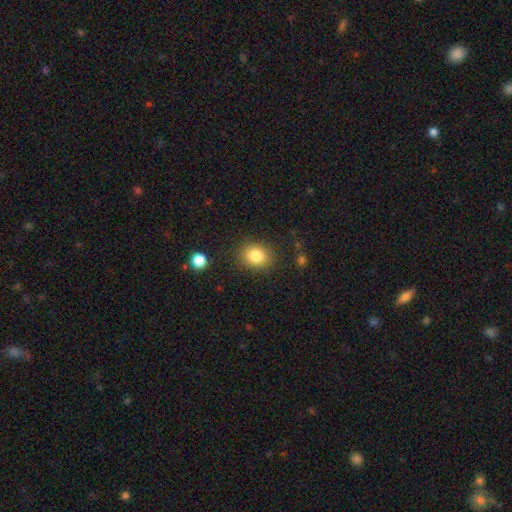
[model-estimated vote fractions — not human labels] smooth-or-featured: smooth: 84% | star or artifact: 10% | featured or disk: 7%
  how-rounded: round: 56% | in between: 43% | cigar-shaped: 1%
  merging: none: 85% | minor disturbance: 10% | major disturbance: 3% | merger: 2%